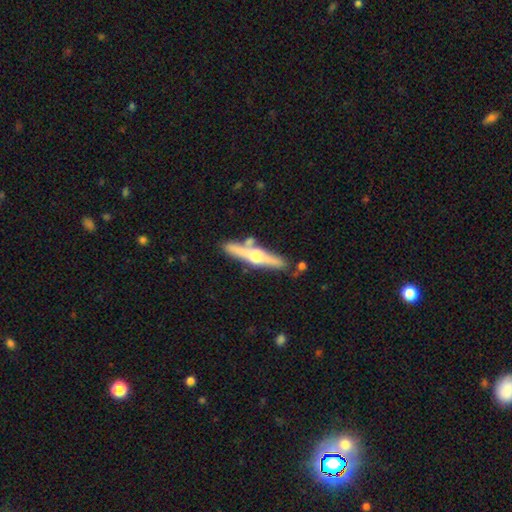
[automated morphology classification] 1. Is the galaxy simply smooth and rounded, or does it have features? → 72% featured or disk, 23% smooth, 5% star or artifact.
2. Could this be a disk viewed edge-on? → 97% yes, 3% no.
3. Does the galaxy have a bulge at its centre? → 94% rounded, 3% boxy, 3% none.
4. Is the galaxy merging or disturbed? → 80% none, 11% minor disturbance, 7% merger, 2% major disturbance.